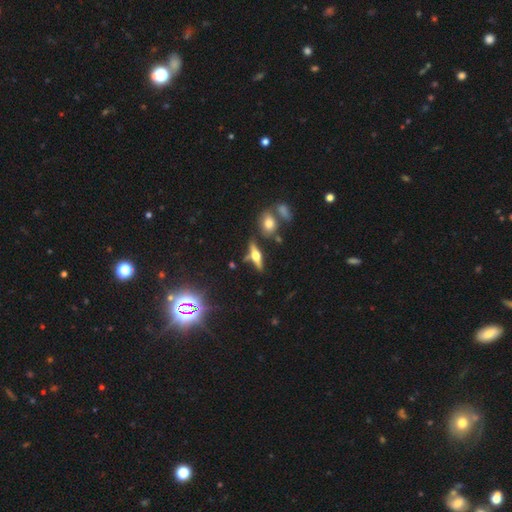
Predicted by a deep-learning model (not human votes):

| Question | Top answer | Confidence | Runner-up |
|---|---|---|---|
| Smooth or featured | featured or disk | 62% | smooth (27%) |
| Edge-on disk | yes | 94% | no (6%) |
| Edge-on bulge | rounded | 93% | boxy (5%) |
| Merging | none | 76% | minor disturbance (12%) |